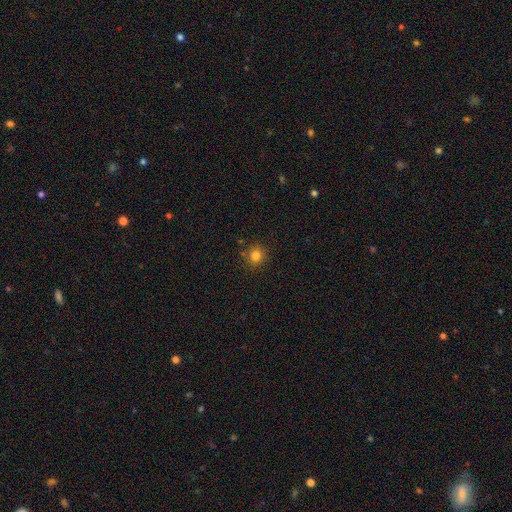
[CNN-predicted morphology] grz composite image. It shows a smooth galaxy with no disk features (81%) that is round (88%). Merging: none (87%).